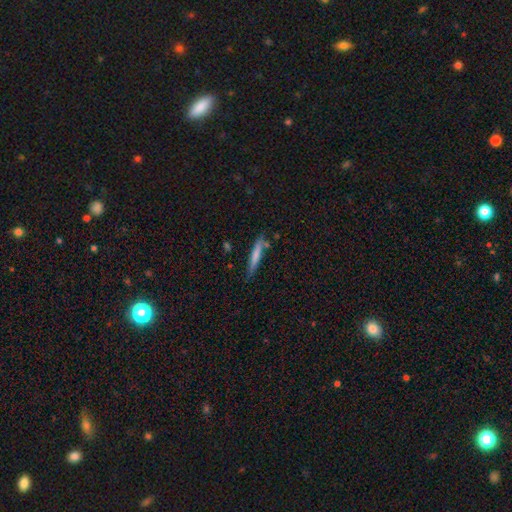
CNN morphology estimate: Overall: smooth (68%). How rounded: cigar-shaped (93%). Merging: none (71%).